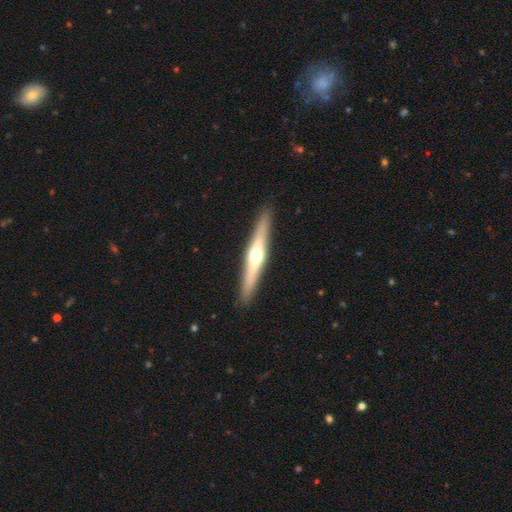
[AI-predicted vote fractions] Smooth or featured?
  - featured or disk: 66% *
  - smooth: 29%
  - star or artifact: 5%
Edge-on disk?
  - yes: 96% *
  - no: 4%
Edge-on bulge?
  - rounded: 91% *
  - none: 5%
  - boxy: 3%
Merging?
  - none: 91% *
  - minor disturbance: 6%
  - major disturbance: 1%
  - merger: 1%